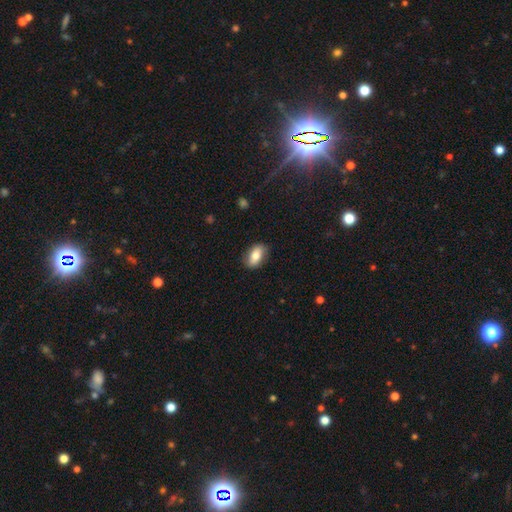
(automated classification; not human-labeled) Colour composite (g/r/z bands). It shows a smooth galaxy with no disk features (76%) that is in between round and cigar-shaped (89%). Merging: none (84%).